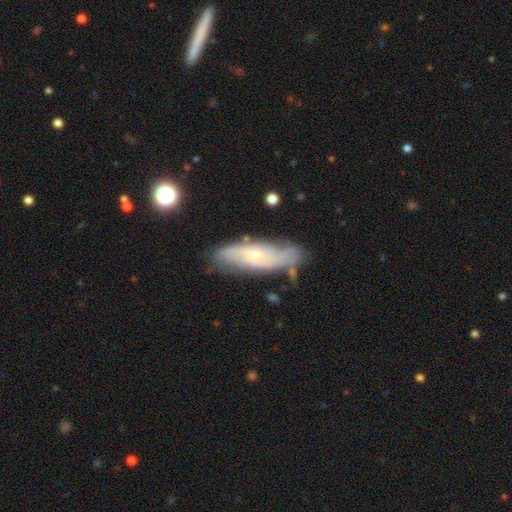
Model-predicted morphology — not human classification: A featured or disk galaxy (62%). Merging: none (70%).